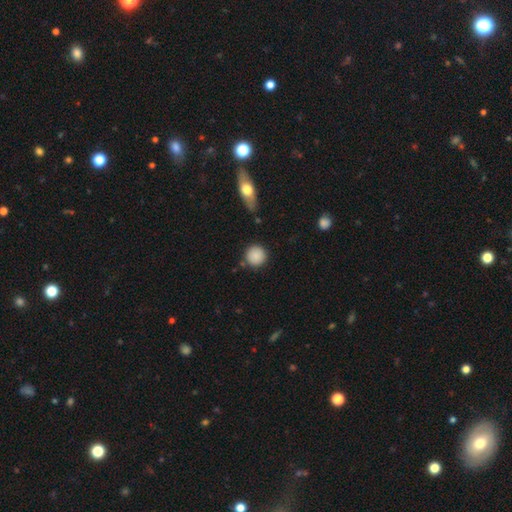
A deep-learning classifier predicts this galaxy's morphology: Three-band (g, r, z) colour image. It shows a smooth galaxy with no disk features (87%) that is round (94%). Merging: none (84%).